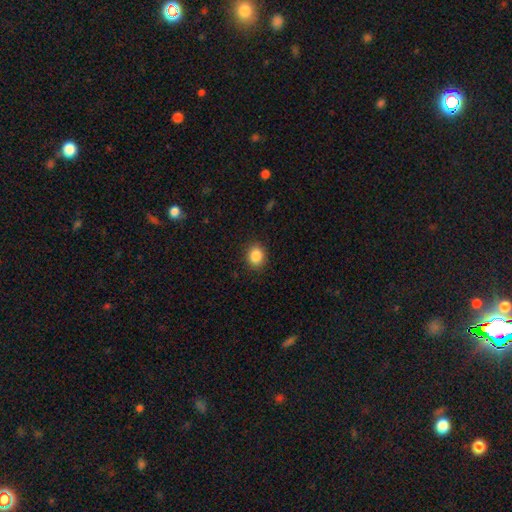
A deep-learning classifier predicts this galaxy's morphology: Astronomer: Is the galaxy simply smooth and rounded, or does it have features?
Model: smooth — 87%.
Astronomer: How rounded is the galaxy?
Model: round — 60% (runner-up: in between, 39%).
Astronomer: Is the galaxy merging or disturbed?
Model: none — 88%.